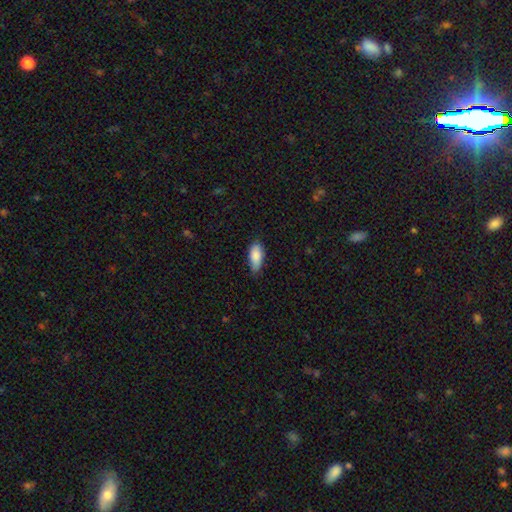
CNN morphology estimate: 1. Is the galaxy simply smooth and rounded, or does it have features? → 86% smooth, 7% featured or disk, 6% star or artifact.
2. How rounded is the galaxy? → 87% in between, 11% cigar-shaped, 2% round.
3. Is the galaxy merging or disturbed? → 67% none, 28% minor disturbance, 4% major disturbance, 1% merger.